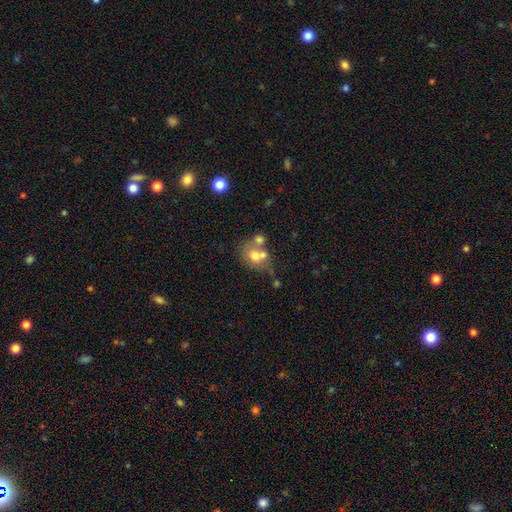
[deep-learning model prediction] A smooth galaxy with no disk features (61%) that is round (56%).

Vote fractions:
- Smooth or featured? smooth: 61% / featured or disk: 28% / star or artifact: 11%
- How rounded? round: 56% / in between: 43% / cigar-shaped: 1%
- Merging? merger: 48% / none: 32% / minor disturbance: 12% / major disturbance: 8%